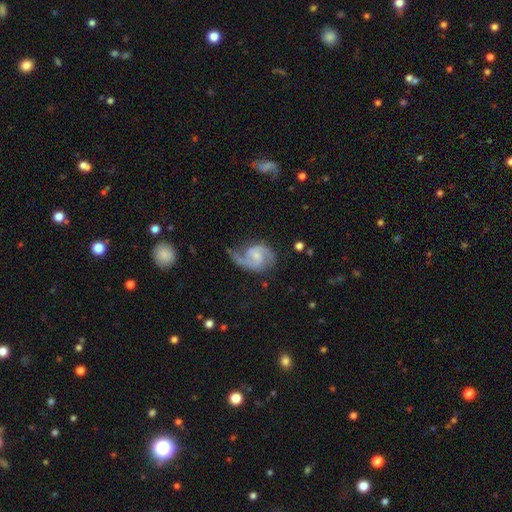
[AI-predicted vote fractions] Smooth or featured? featured or disk (85%)
Edge-on disk? no (98%)
Bar? no (47%)
Spiral arms? yes (96%)
Spiral winding? medium (52%)
Spiral arm count? 2 (81%)
Bulge size? small (60%)
Merging? none (52%)